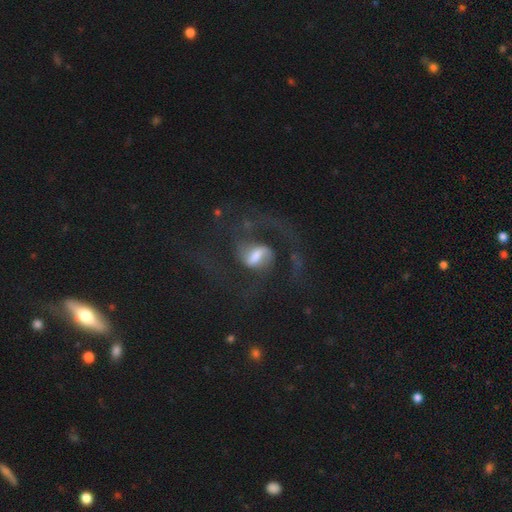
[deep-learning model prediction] This is clearly a featured or disk galaxy (81%). It is clearly not viewed edge-on (97%). Bar: possibly weak (51%). Spiral arm pattern: clearly yes (94%). Spiral arm count: likely 2 (75%). Spiral winding: marginally loose (45%, tied with medium). Central bulge: marginally moderate (43%). Merging: possibly none (53%).